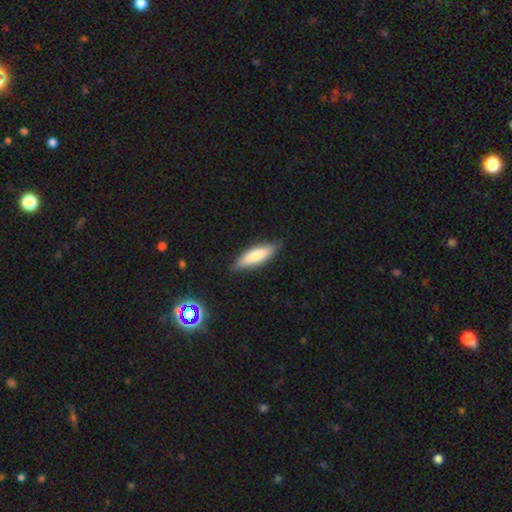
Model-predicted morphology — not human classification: smooth-or-featured: smooth: 76% | featured or disk: 18% | star or artifact: 5%
  how-rounded: cigar-shaped: 56% | in between: 43% | round: 2%
  merging: none: 83% | minor disturbance: 13% | major disturbance: 2% | merger: 1%